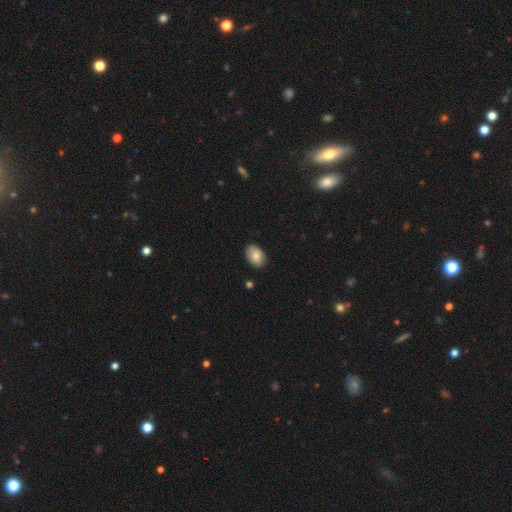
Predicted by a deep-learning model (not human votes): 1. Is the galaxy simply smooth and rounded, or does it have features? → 82% smooth, 11% featured or disk, 7% star or artifact.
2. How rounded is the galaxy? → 85% in between, 14% round, 1% cigar-shaped.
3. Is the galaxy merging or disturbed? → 86% none, 11% minor disturbance, 2% major disturbance, 1% merger.